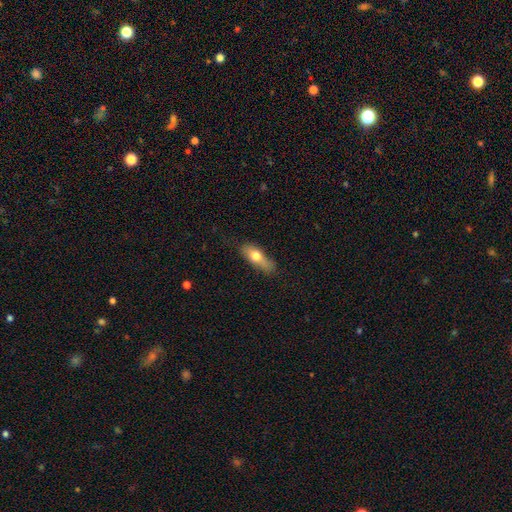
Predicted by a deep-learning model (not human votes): Smooth or featured? Predicted: smooth (p=0.66). How rounded? Predicted: in between (p=0.63). Merging? Predicted: none (p=0.62).